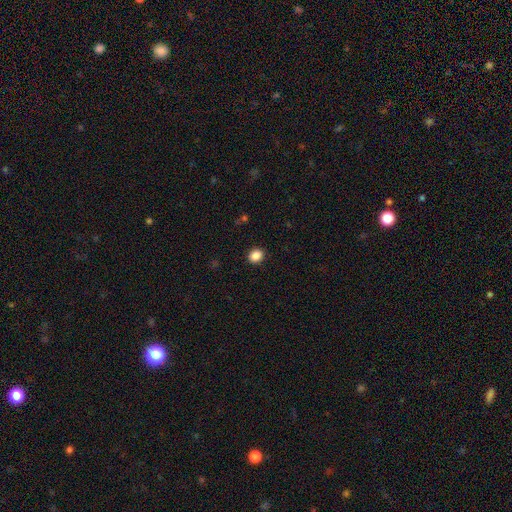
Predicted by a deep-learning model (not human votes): This is clearly a smooth galaxy (88%). How rounded: possibly round (54%). Merging: clearly none (90%).